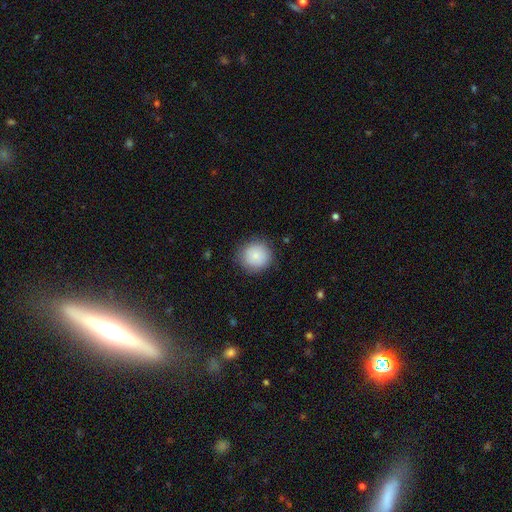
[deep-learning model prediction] Smooth or featured? smooth (85%)
How rounded? round (92%)
Merging? none (86%)